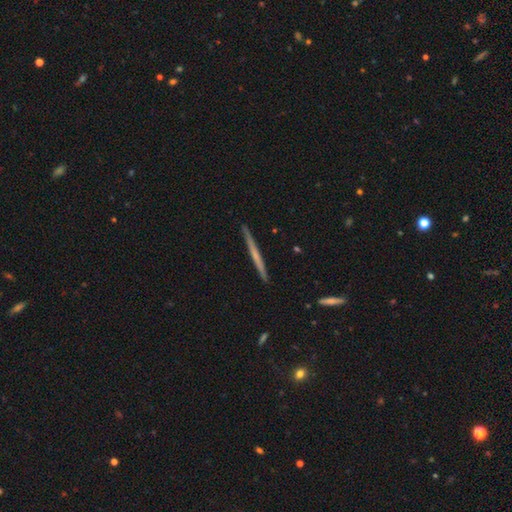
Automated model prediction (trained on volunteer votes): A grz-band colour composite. It shows a featured or disk galaxy (53%) viewed edge-on (98%) with no central bulge (85%). Merging: none (91%).